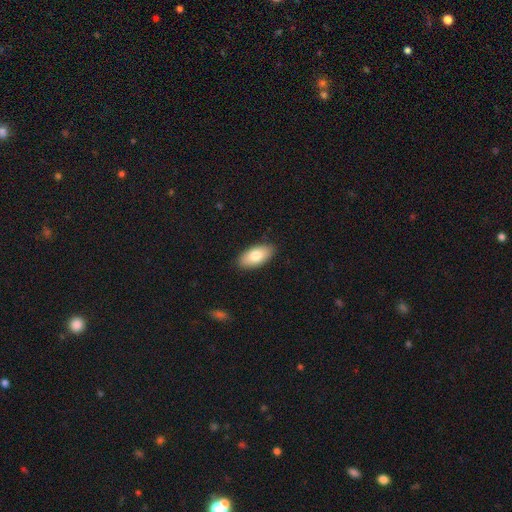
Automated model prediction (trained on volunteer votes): Smooth or featured?
  - smooth: 79% *
  - featured or disk: 15%
  - star or artifact: 6%
How rounded?
  - in between: 93% *
  - cigar-shaped: 5%
  - round: 3%
Merging?
  - none: 88% *
  - minor disturbance: 9%
  - major disturbance: 2%
  - merger: 1%